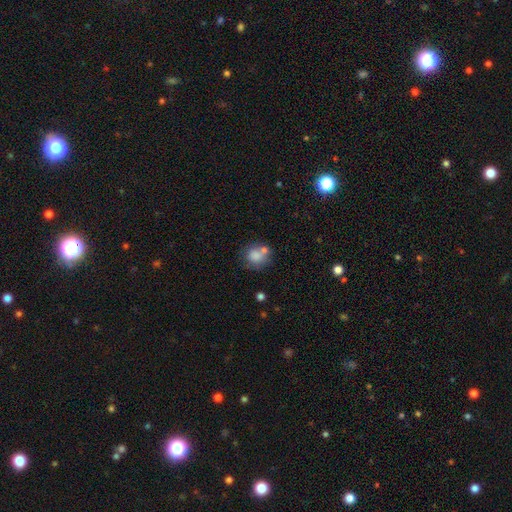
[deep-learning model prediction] A smooth galaxy with no disk features (79%) that is round (74%). Merging: none (52%).